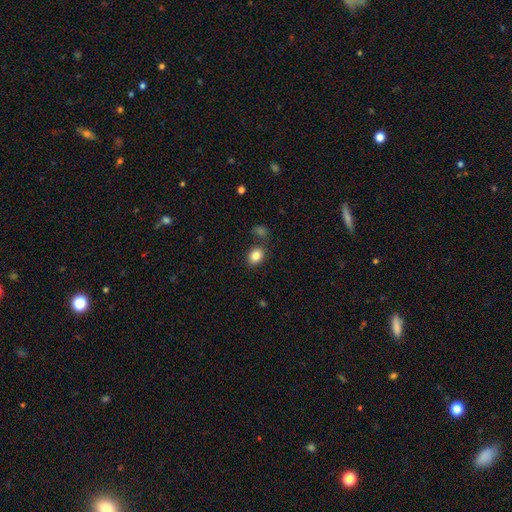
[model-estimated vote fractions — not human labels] Morphology: type=smooth (84%); roundness=in between (66%); merging=none (78%).